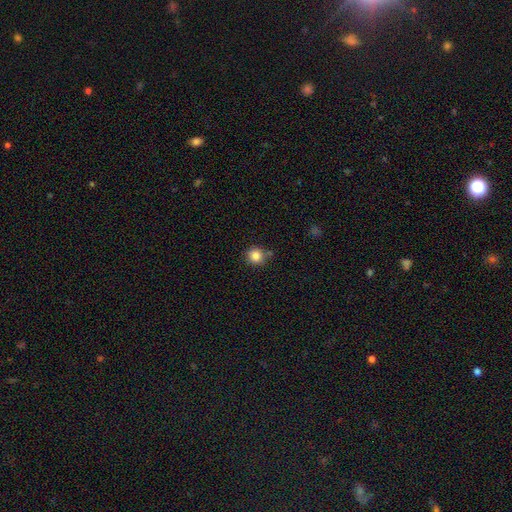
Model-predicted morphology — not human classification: type=smooth (85%); roundness=round (93%); merging=none (77%).